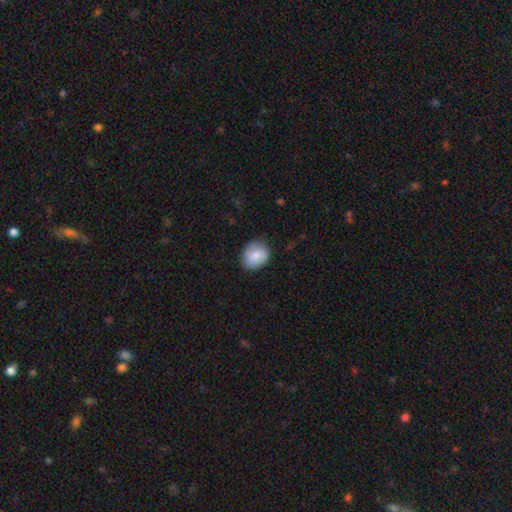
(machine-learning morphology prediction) type=smooth (75%); roundness=round (61%); merging=none (78%).